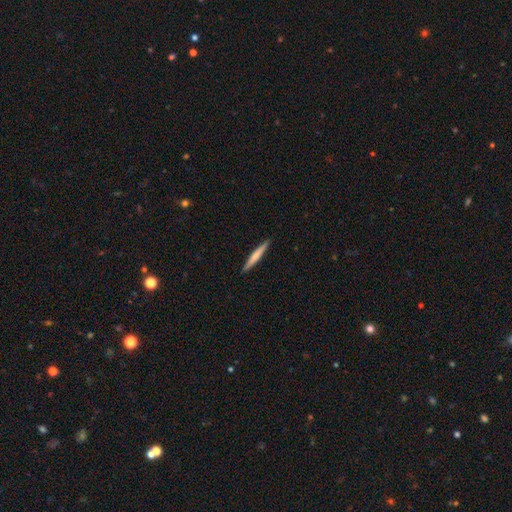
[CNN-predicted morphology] smooth_or_featured: smooth (p=0.59) [alt: featured or disk p=0.36]
how_rounded: cigar-shaped (p=0.96) [alt: in between p=0.03]
merging: none (p=0.92) [alt: minor disturbance p=0.06]